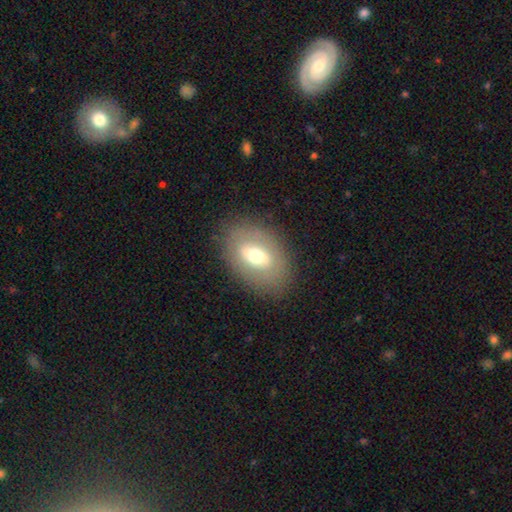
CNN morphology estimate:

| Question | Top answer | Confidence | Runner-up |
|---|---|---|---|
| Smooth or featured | smooth | 53% | featured or disk (38%) |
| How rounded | in between | 84% | round (14%) |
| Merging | none | 83% | minor disturbance (11%) |